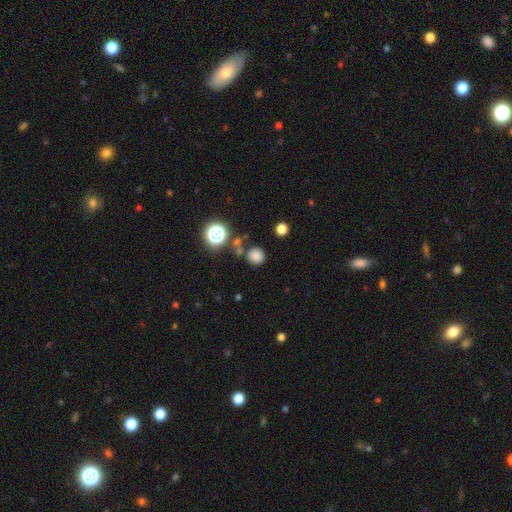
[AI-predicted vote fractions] Smooth or featured?
  - smooth: 79% *
  - star or artifact: 17%
  - featured or disk: 5%
How rounded?
  - round: 91% *
  - in between: 8%
  - cigar-shaped: 1%
Merging?
  - none: 78% *
  - minor disturbance: 10%
  - merger: 8%
  - major disturbance: 4%